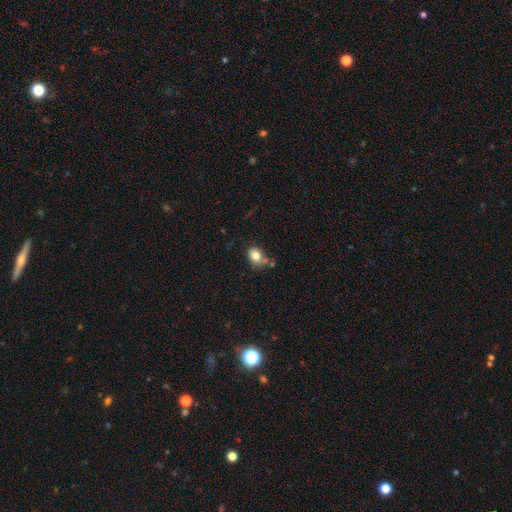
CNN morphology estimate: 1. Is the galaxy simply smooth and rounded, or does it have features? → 82% smooth, 10% star or artifact, 9% featured or disk.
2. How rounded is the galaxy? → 54% in between, 45% round, 1% cigar-shaped.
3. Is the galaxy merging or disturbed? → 60% none, 21% minor disturbance, 13% merger, 6% major disturbance.